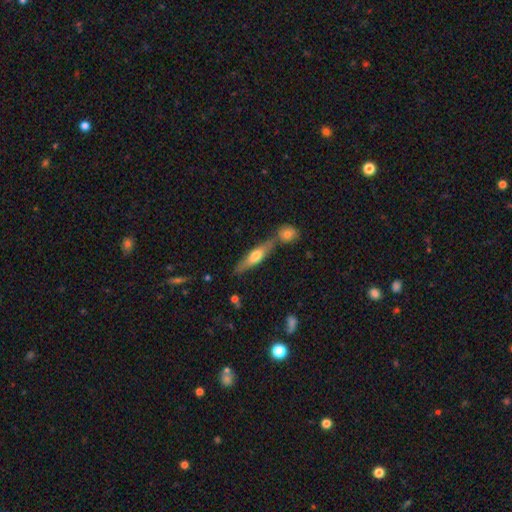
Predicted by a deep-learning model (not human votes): smooth-or-featured: smooth: 51% | featured or disk: 43% | star or artifact: 6%
  how-rounded: cigar-shaped: 75% | in between: 23% | round: 2%
  merging: none: 65% | merger: 20% | minor disturbance: 12% | major disturbance: 3%